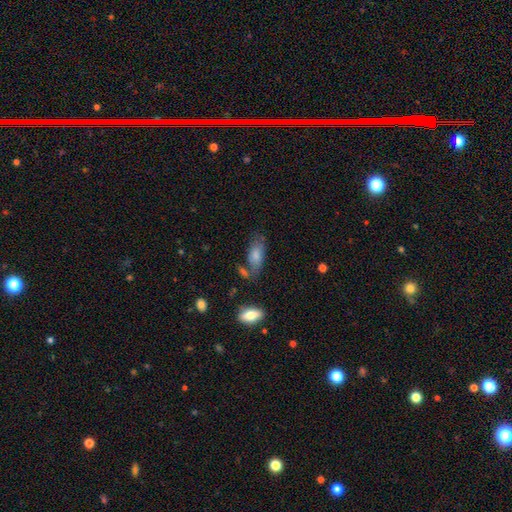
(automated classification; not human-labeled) Smooth or featured? smooth (75%)
How rounded? in between (87%)
Merging? none (51%)